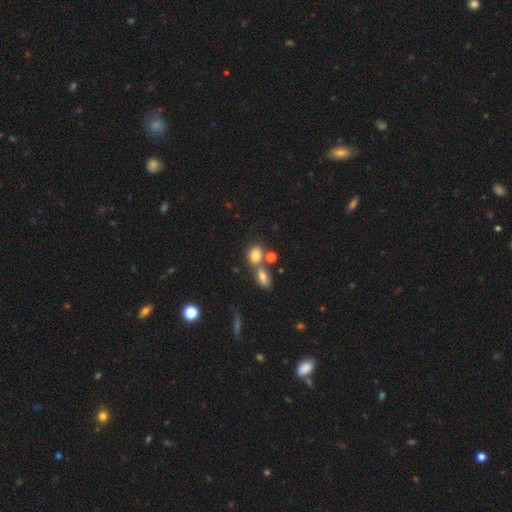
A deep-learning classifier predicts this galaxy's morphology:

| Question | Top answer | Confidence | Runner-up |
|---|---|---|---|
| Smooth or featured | smooth | 77% | featured or disk (12%) |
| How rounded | in between | 57% | round (41%) |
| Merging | none | 46% | merger (38%) |